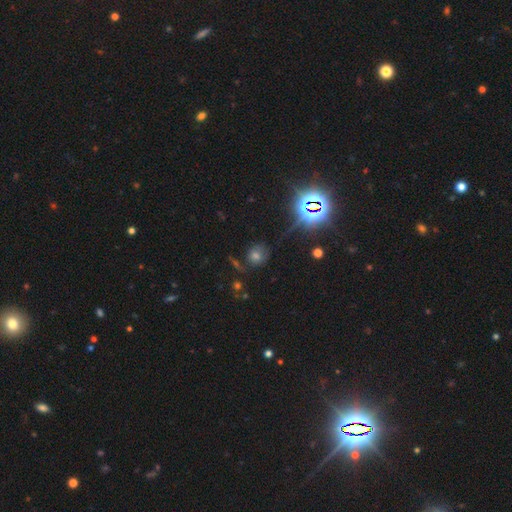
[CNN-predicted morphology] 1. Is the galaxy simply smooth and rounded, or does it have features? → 49% smooth, 37% star or artifact, 14% featured or disk.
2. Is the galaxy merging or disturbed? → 68% none, 17% minor disturbance, 9% major disturbance, 6% merger.